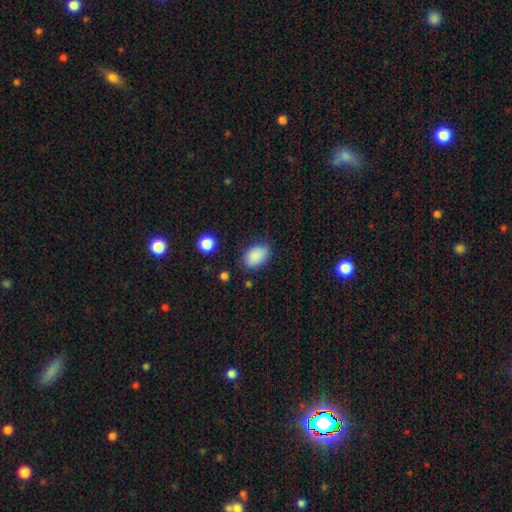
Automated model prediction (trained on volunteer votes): A smooth galaxy with no disk features (87%) that is in between round and cigar-shaped (87%). Merging: none (75%).